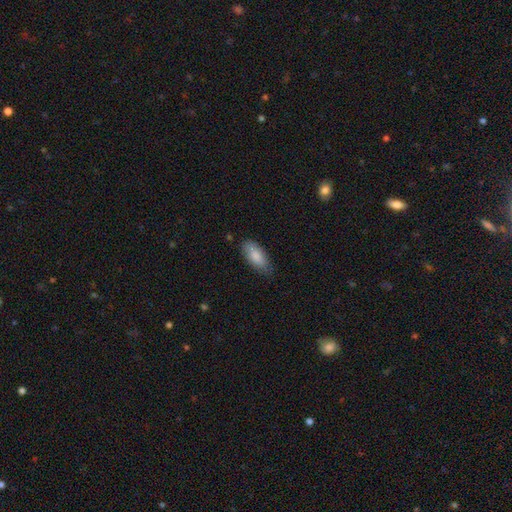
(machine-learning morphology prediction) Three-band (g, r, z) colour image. It shows a smooth galaxy with no disk features (85%) that is in between round and cigar-shaped (84%). Merging: none (75%).